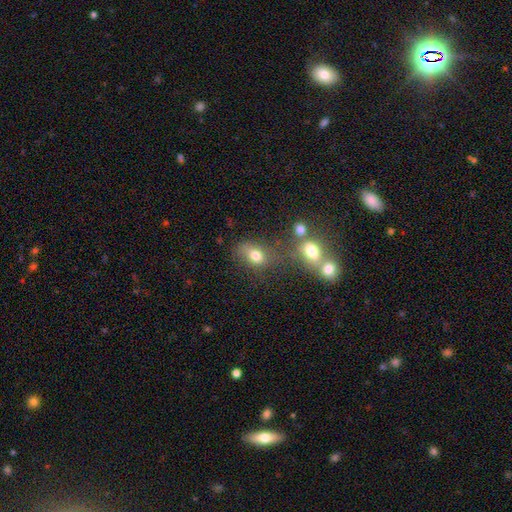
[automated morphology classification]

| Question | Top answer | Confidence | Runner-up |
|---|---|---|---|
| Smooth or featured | smooth | 76% | star or artifact (14%) |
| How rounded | in between | 67% | round (31%) |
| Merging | none | 51% | merger (24%) |